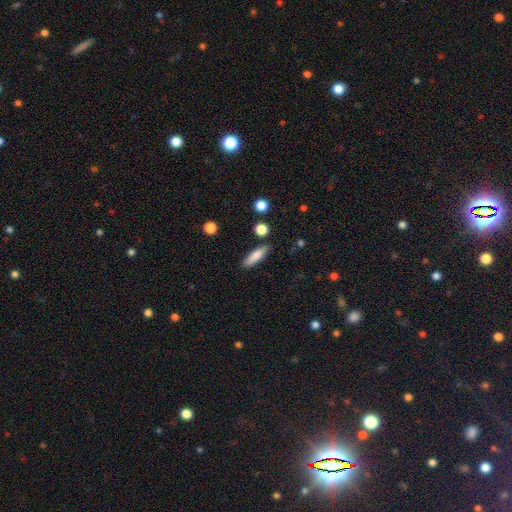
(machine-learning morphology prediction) smooth-or-featured: smooth: 80% | featured or disk: 12% | star or artifact: 7%
  how-rounded: cigar-shaped: 61% | in between: 37% | round: 3%
  merging: none: 82% | minor disturbance: 12% | merger: 3% | major disturbance: 3%